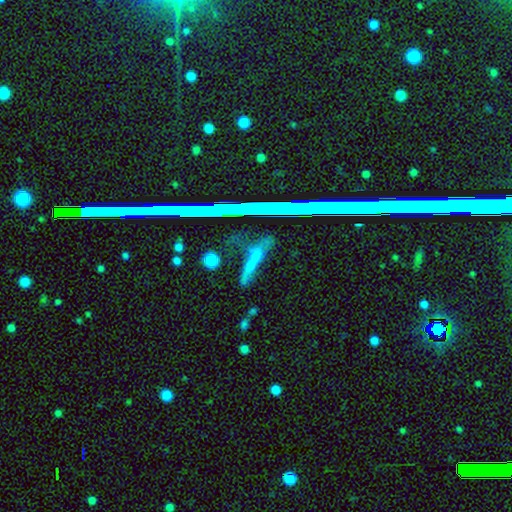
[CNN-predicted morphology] This is likely a star or artifact rather than a galaxy (68%).